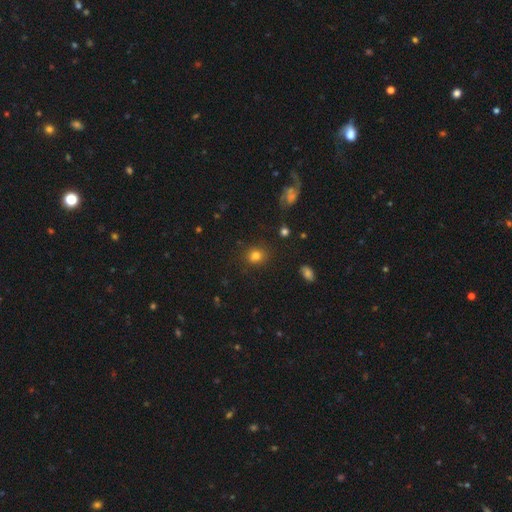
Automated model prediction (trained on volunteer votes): A smooth galaxy with no disk features (80%) that is round (75%).

Vote fractions:
- Smooth or featured? smooth: 80% / star or artifact: 13% / featured or disk: 7%
- How rounded? round: 75% / in between: 24% / cigar-shaped: 1%
- Merging? none: 85% / minor disturbance: 10% / major disturbance: 4% / merger: 2%